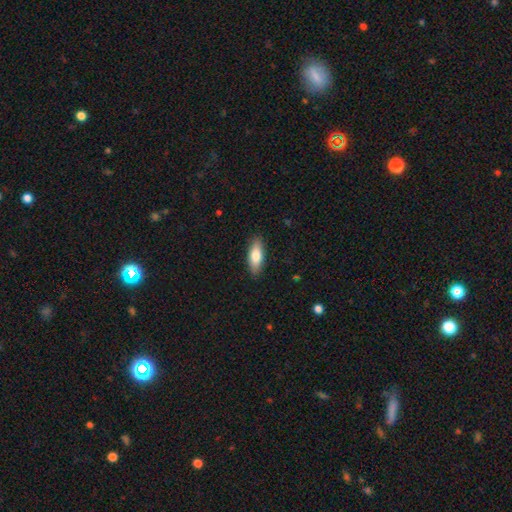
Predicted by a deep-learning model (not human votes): Overall: smooth (78%). How rounded: in between (71%). Merging: none (88%).